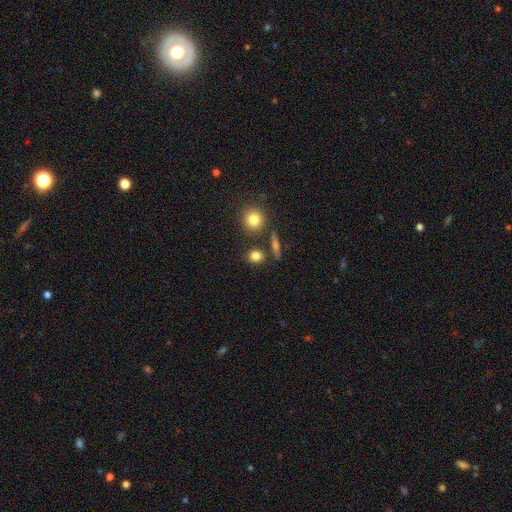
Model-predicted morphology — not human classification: Overall: smooth (82%). How rounded: round (71%). Merging: none (79%).